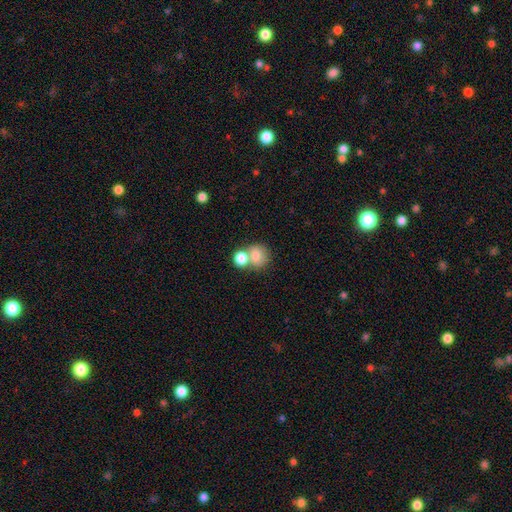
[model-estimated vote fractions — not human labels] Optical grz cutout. It shows a smooth galaxy with no disk features (78%) that is round (76%). Merging: merger (49%).